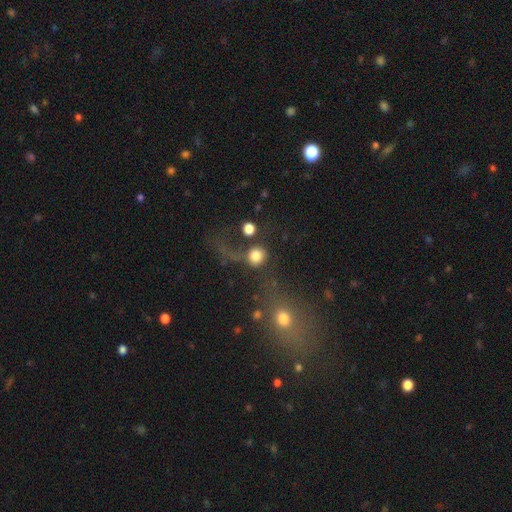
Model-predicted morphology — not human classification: Overall: smooth (80%). How rounded: round (86%). Merging: none (41%; major disturbance 24%).